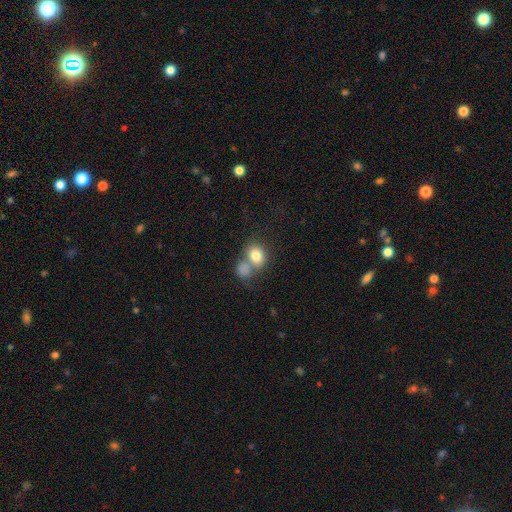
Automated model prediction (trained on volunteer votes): smooth_or_featured: smooth (p=0.80) [alt: featured or disk p=0.10]
how_rounded: round (p=0.57) [alt: in between p=0.42]
merging: merger (p=0.48) [alt: none p=0.36]